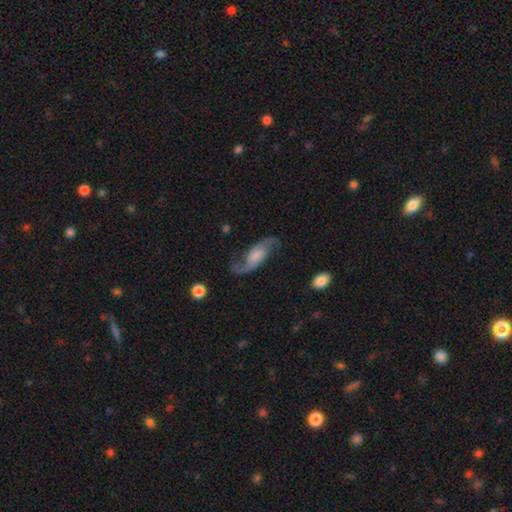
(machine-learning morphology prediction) smooth-or-featured: featured or disk: 82% | smooth: 13% | star or artifact: 6%
  disk-edge-on: no: 94% | yes: 6%
    bar: no: 55% | weak: 34% | strong: 11%
    has-spiral-arms: yes: 96% | no: 4%
      spiral-winding: loose: 77% | medium: 19% | tight: 4%
      spiral-arm-count: 2: 92% | 1: 3% | can't tell: 2% | 3: 1% | 4: 1% | more than 4: 1%
    bulge-size: none: 30% | small: 23% | moderate: 23% | large: 20% | dominant: 5%
  merging: none: 71% | minor disturbance: 16% | major disturbance: 10% | merger: 2%